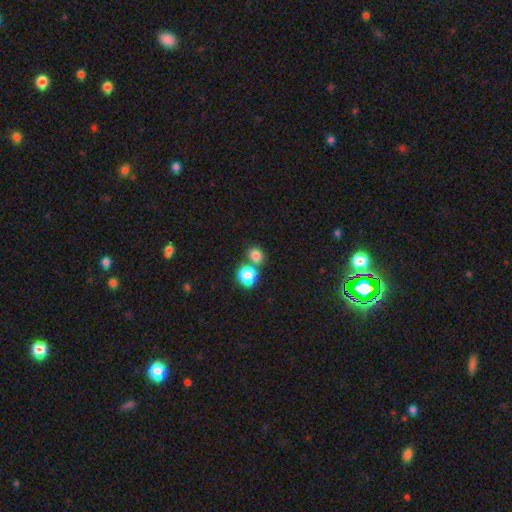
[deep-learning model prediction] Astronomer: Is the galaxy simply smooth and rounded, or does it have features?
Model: smooth — 81%.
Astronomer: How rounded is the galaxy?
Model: round — 76%.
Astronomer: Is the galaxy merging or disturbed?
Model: none — 53% (runner-up: merger, 37%).